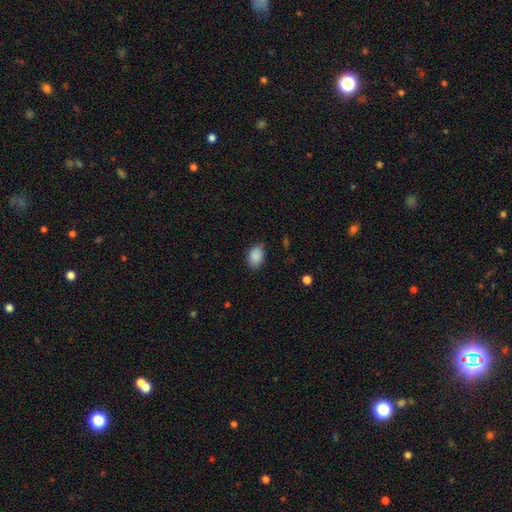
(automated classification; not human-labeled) Smooth or featured?
  - smooth: 88% *
  - star or artifact: 8%
  - featured or disk: 4%
How rounded?
  - in between: 79% *
  - round: 20%
  - cigar-shaped: 1%
Merging?
  - none: 76% *
  - minor disturbance: 19%
  - major disturbance: 4%
  - merger: 1%